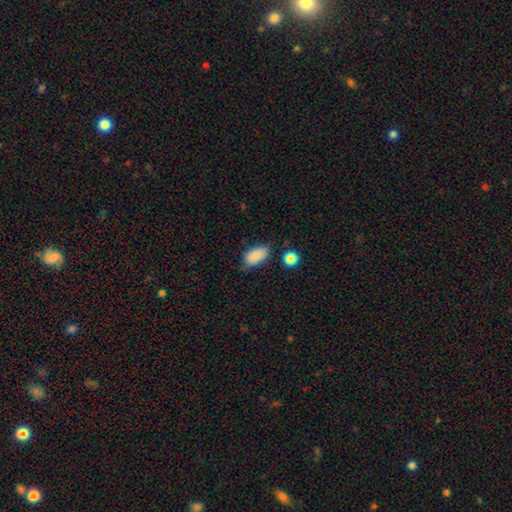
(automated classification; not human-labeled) Smooth or featured?
  - smooth: 87% *
  - star or artifact: 8%
  - featured or disk: 5%
How rounded?
  - in between: 93% *
  - round: 4%
  - cigar-shaped: 3%
Merging?
  - none: 74% *
  - minor disturbance: 20%
  - major disturbance: 4%
  - merger: 3%